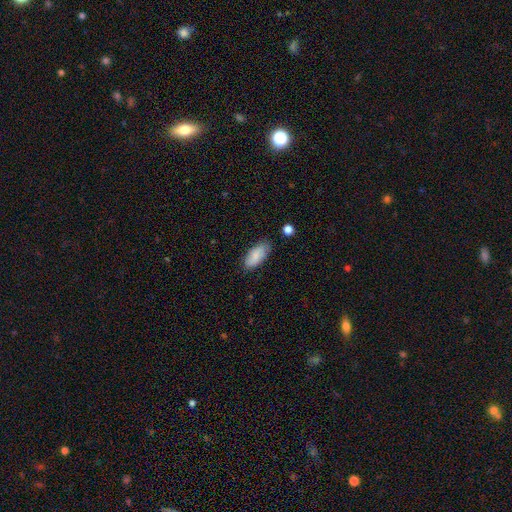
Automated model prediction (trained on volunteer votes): Smooth or featured?
  - smooth: 84% *
  - featured or disk: 9%
  - star or artifact: 7%
How rounded?
  - in between: 89% *
  - cigar-shaped: 9%
  - round: 2%
Merging?
  - none: 78% *
  - minor disturbance: 17%
  - major disturbance: 3%
  - merger: 2%